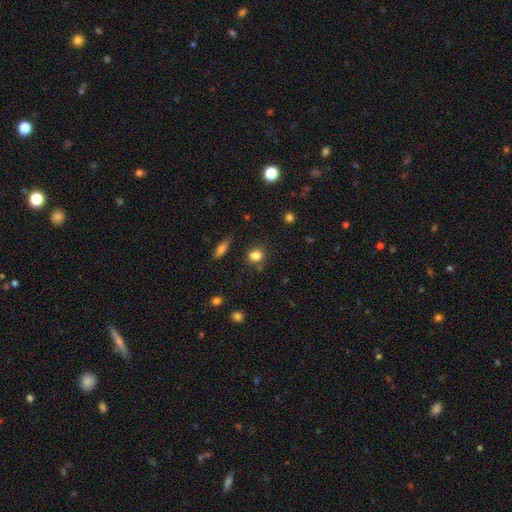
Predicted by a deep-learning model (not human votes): Smooth or featured? smooth (82%)
How rounded? round (77%)
Merging? none (78%)